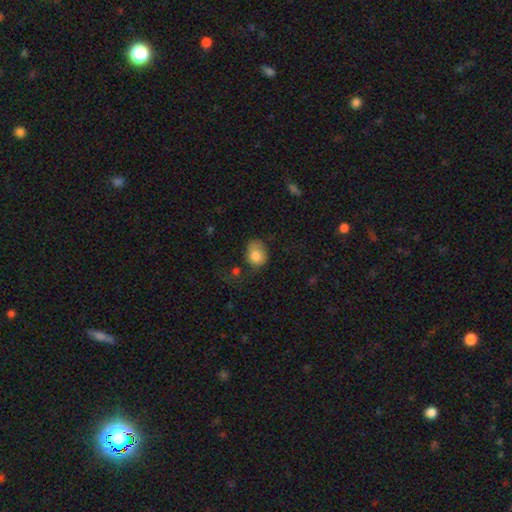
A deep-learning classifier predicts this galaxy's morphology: Q: Smooth or featured?
A: smooth (81%); runner-up: featured or disk (11%)
Q: How rounded?
A: in between (53%); runner-up: round (46%)
Q: Merging?
A: none (38%); runner-up: minor disturbance (34%)